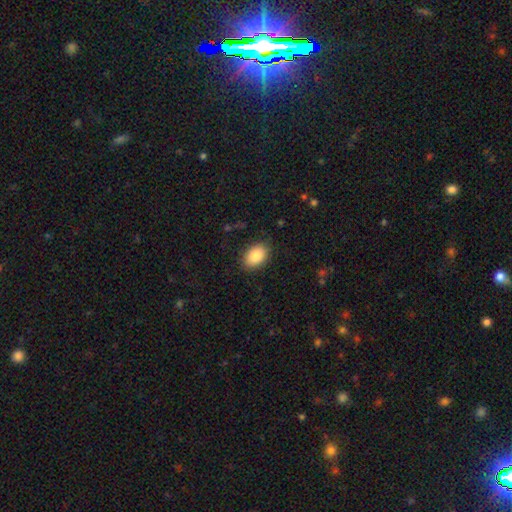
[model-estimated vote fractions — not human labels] Smooth or featured: smooth — 87% (star or artifact — 7%)
How rounded: in between — 85% (round — 14%)
Merging: none — 85% (minor disturbance — 11%)